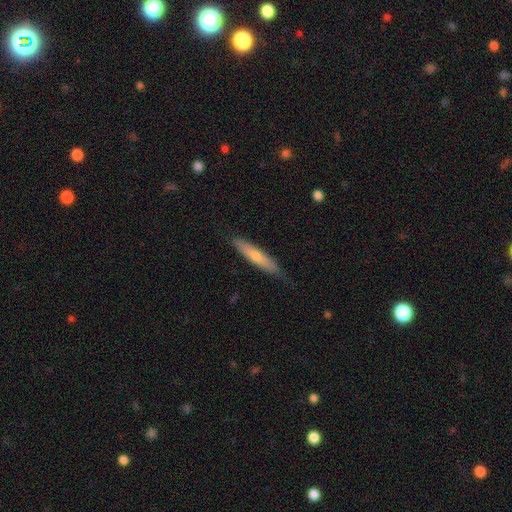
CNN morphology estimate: A smooth galaxy with no disk features (59%) that is cigar-shaped (88%). Merging: none (80%).